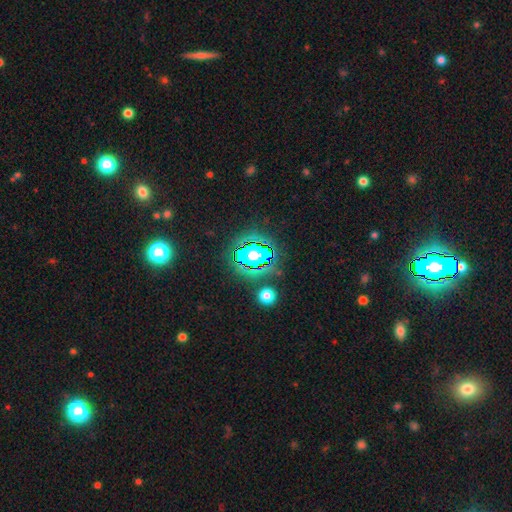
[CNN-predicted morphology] The model was most divided on "smooth or featured": star or artifact: 57%, smooth: 28%, featured or disk: 15%.